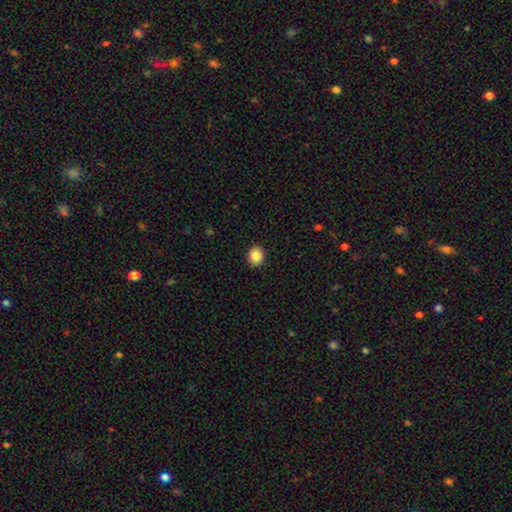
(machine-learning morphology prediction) Smooth or featured?
  - smooth: 87% *
  - star or artifact: 9%
  - featured or disk: 4%
How rounded?
  - round: 69% *
  - in between: 30%
  - cigar-shaped: 1%
Merging?
  - none: 91% *
  - minor disturbance: 7%
  - major disturbance: 2%
  - merger: 1%